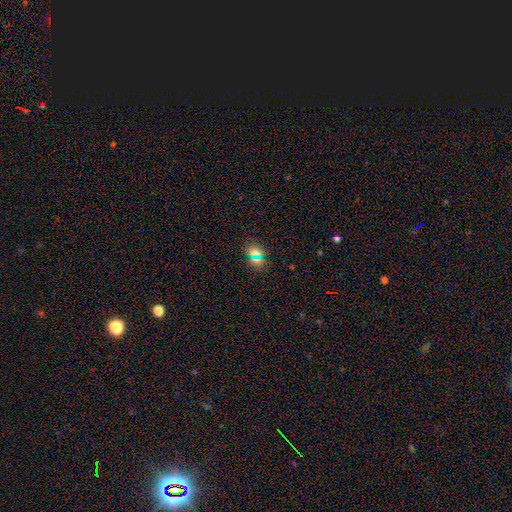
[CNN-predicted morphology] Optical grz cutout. It shows a smooth galaxy with no disk features (64%) that is round (61%). Merging: none (85%).